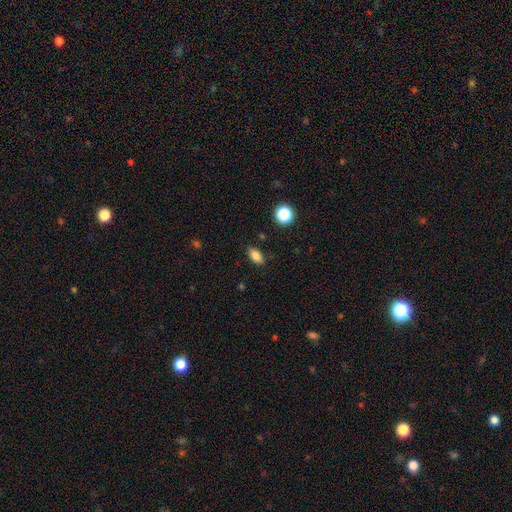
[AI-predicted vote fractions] A smooth galaxy with no disk features (81%) that is in between round and cigar-shaped (86%). Merging: none (86%).